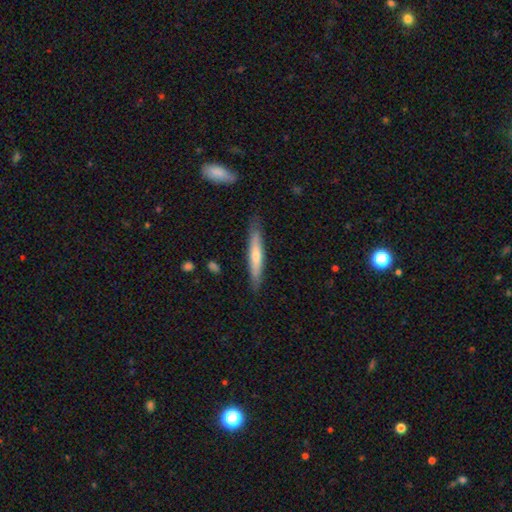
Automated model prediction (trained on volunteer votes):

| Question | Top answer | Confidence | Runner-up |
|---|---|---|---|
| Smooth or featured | smooth | 55% | featured or disk (40%) |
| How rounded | cigar-shaped | 92% | in between (6%) |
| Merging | none | 84% | minor disturbance (12%) |